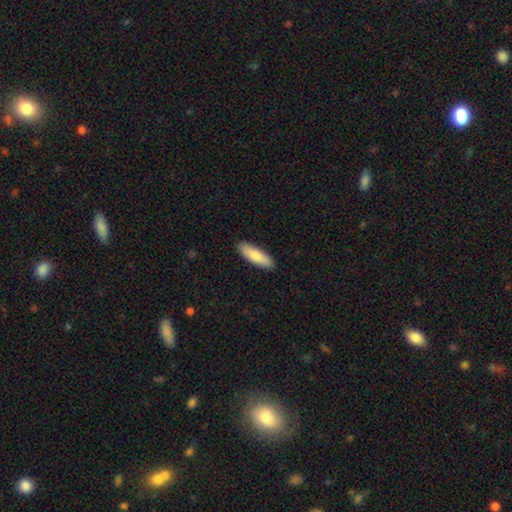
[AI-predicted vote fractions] Smooth or featured?
  - smooth: 83% *
  - featured or disk: 11%
  - star or artifact: 5%
How rounded?
  - cigar-shaped: 54% *
  - in between: 44%
  - round: 2%
Merging?
  - none: 90% *
  - minor disturbance: 7%
  - major disturbance: 1%
  - merger: 1%